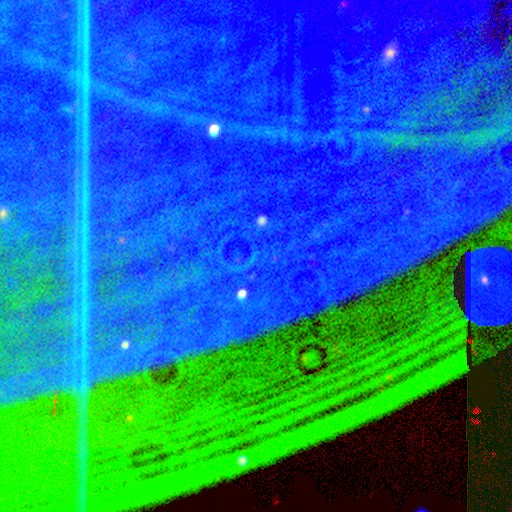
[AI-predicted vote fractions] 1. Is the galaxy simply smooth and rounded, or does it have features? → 83% star or artifact, 9% featured or disk, 8% smooth.